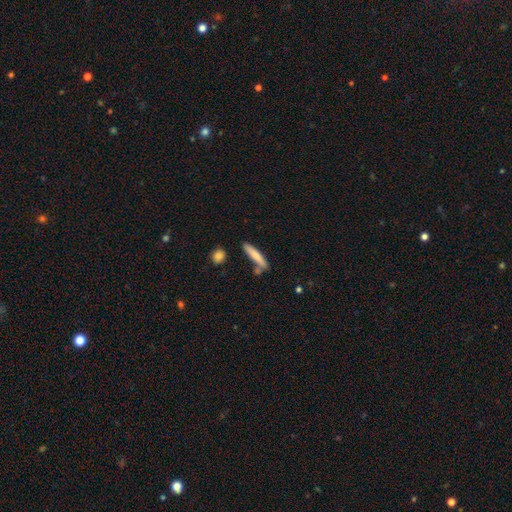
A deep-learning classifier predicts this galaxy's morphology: Smooth or featured?
  - smooth: 72% *
  - featured or disk: 22%
  - star or artifact: 6%
How rounded?
  - cigar-shaped: 89% *
  - in between: 9%
  - round: 2%
Merging?
  - none: 71% *
  - minor disturbance: 15%
  - merger: 11%
  - major disturbance: 3%